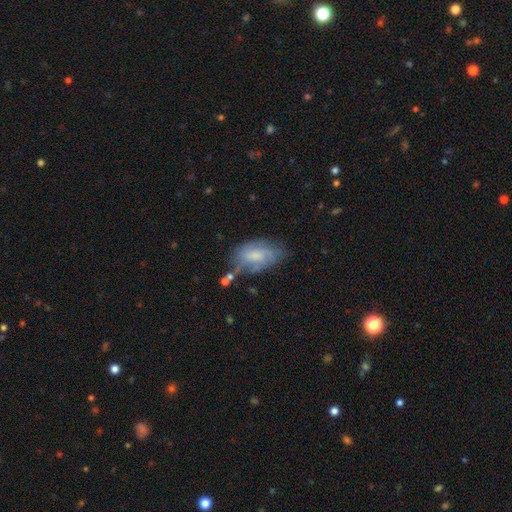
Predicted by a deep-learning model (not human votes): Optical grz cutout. It shows a smooth galaxy with no disk features (51%) that is in between round and cigar-shaped (91%). Merging: none (48%).